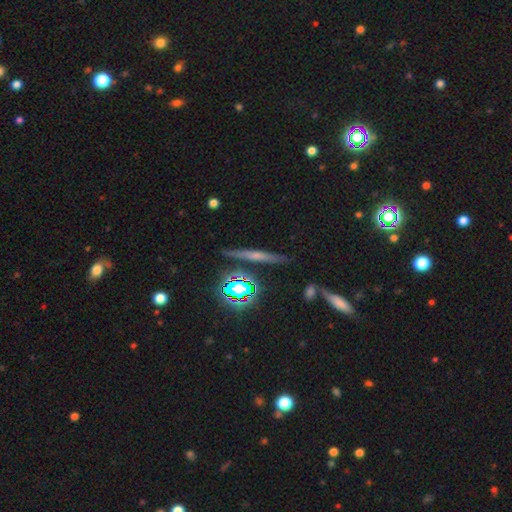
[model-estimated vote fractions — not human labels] Overall: featured or disk (47%; smooth 29%). Merging: none (85%).